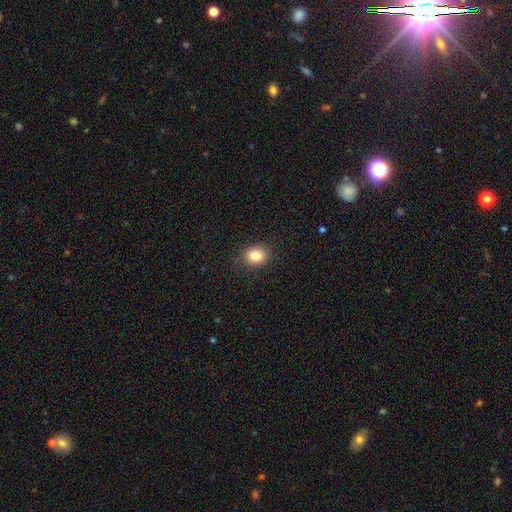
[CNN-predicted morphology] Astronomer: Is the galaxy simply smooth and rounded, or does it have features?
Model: smooth — 83%.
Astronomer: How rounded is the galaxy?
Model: round — 55% (runner-up: in between, 44%).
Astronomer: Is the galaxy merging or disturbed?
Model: none — 87%.